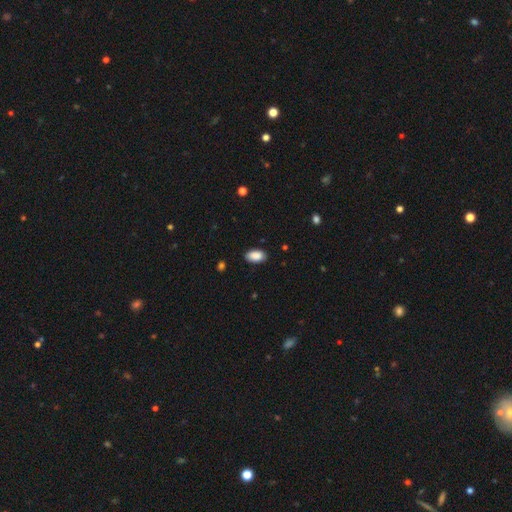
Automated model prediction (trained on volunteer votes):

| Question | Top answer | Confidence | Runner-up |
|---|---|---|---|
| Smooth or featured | smooth | 90% | star or artifact (7%) |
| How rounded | in between | 94% | round (4%) |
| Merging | none | 87% | minor disturbance (10%) |